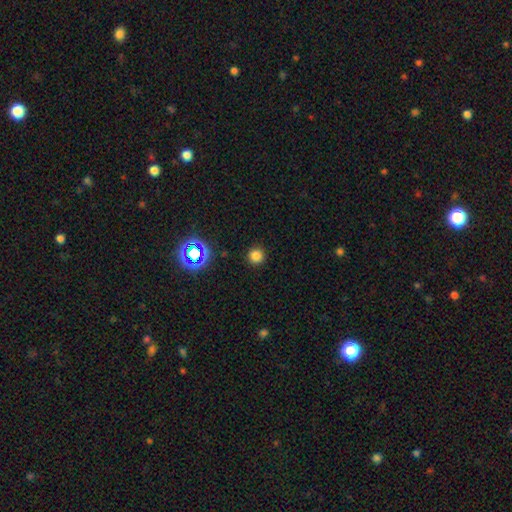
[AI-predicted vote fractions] Smooth or featured: smooth — 77% (star or artifact — 18%)
How rounded: round — 95% (in between — 4%)
Merging: none — 91% (minor disturbance — 6%)